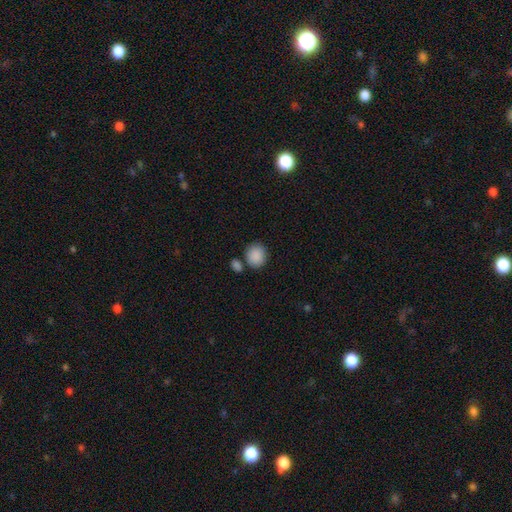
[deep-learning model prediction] Morphology: type=smooth (89%); roundness=round (70%); merging=none (74%).